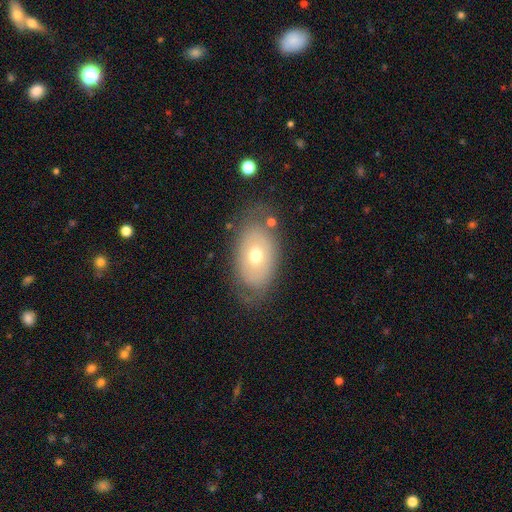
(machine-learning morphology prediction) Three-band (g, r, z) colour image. It shows a smooth galaxy with no disk features (54%) that is in between round and cigar-shaped (89%). Merging: none (71%).